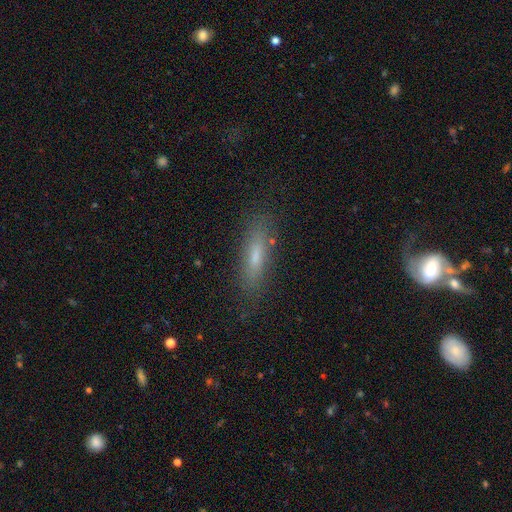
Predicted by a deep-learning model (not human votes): This is likely a smooth galaxy (65%). How rounded: likely cigar-shaped (71%). Merging: clearly none (84%).